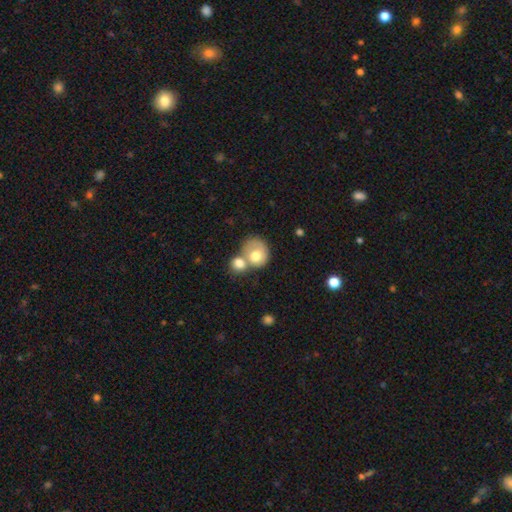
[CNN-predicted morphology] Smooth or featured: smooth — 69% (featured or disk — 24%)
How rounded: round — 65% (in between — 34%)
Merging: merger — 61% (none — 23%)